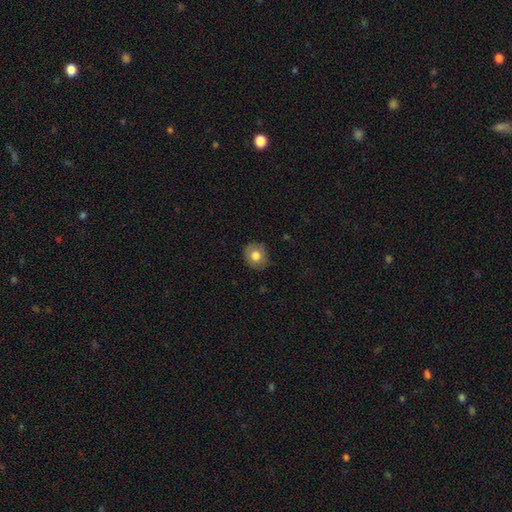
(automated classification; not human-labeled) A smooth galaxy with no disk features (77%) that is round (74%).

Vote fractions:
- Smooth or featured? smooth: 77% / featured or disk: 14% / star or artifact: 9%
- How rounded? round: 74% / in between: 25% / cigar-shaped: 1%
- Merging? none: 85% / minor disturbance: 11% / major disturbance: 2% / merger: 1%